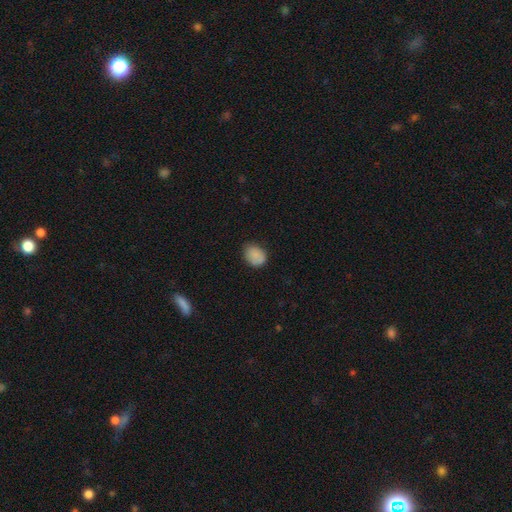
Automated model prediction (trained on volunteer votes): Smooth or featured?
  - smooth: 86% *
  - star or artifact: 9%
  - featured or disk: 5%
How rounded?
  - in between: 55% *
  - round: 44%
  - cigar-shaped: 1%
Merging?
  - none: 71% *
  - minor disturbance: 23%
  - major disturbance: 4%
  - merger: 1%